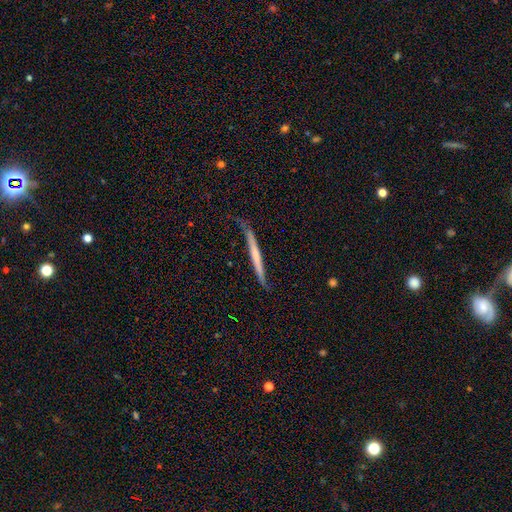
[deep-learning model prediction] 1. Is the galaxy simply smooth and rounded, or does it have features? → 50% featured or disk, 45% smooth, 5% star or artifact.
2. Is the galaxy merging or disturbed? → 69% none, 24% minor disturbance, 5% major disturbance, 2% merger.